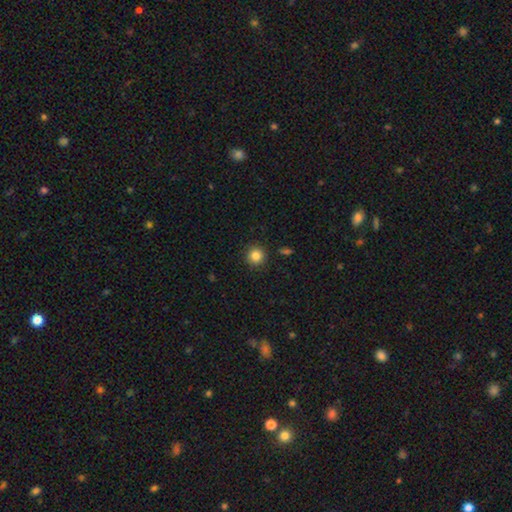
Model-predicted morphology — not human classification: type=smooth (84%); roundness=round (94%); merging=none (91%).